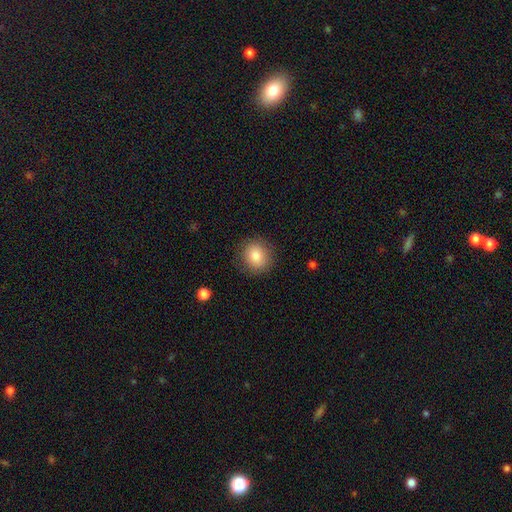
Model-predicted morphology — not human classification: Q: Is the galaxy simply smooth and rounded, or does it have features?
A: smooth — 85%.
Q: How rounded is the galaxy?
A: round — 79%.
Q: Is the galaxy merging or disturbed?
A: none — 87%.